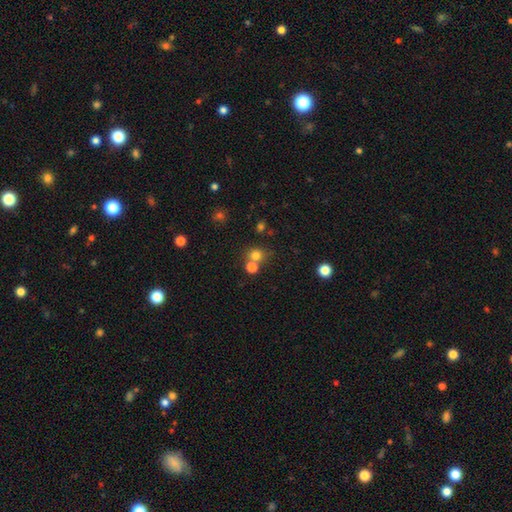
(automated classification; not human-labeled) Smooth or featured: smooth — 75% (star or artifact — 17%)
How rounded: round — 85% (in between — 14%)
Merging: none — 56% (merger — 33%)